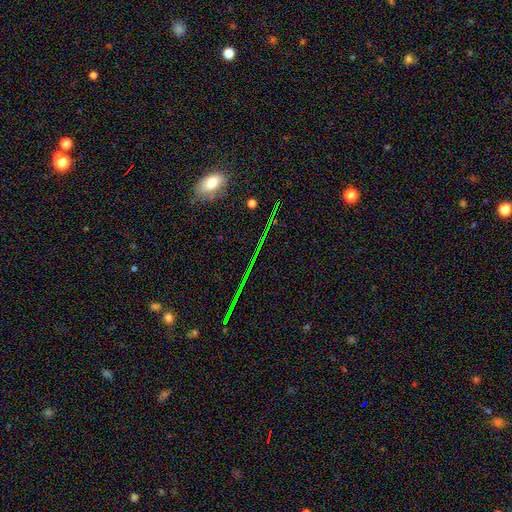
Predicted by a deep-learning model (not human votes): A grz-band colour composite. It shows a star or artifact, not a galaxy (73%).